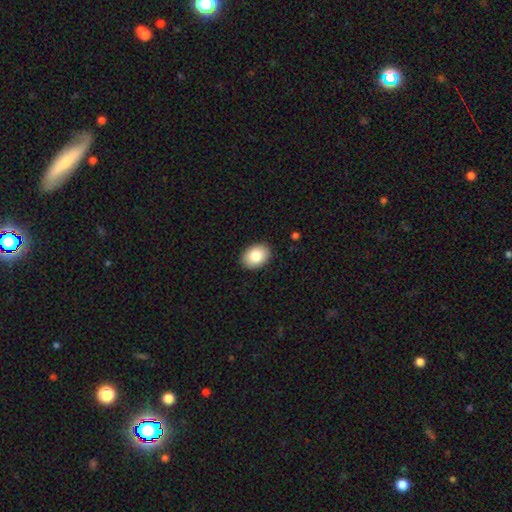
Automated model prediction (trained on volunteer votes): Smooth or featured? smooth (83%)
How rounded? in between (73%)
Merging? none (90%)